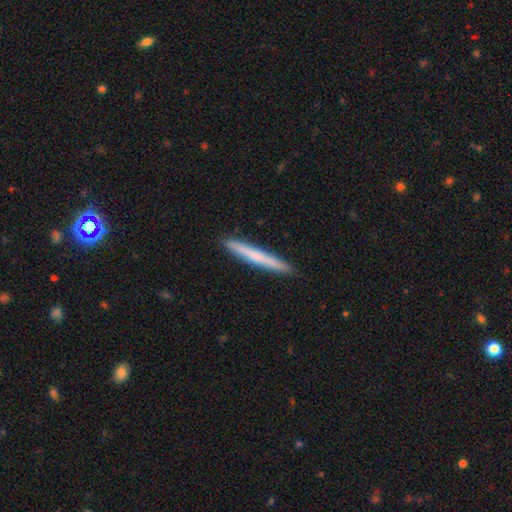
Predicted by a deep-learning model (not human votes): smooth 61%, featured or disk 34%, star or artifact 5%. Down the decision tree: how rounded — cigar-shaped (97%); merging — none (92%).